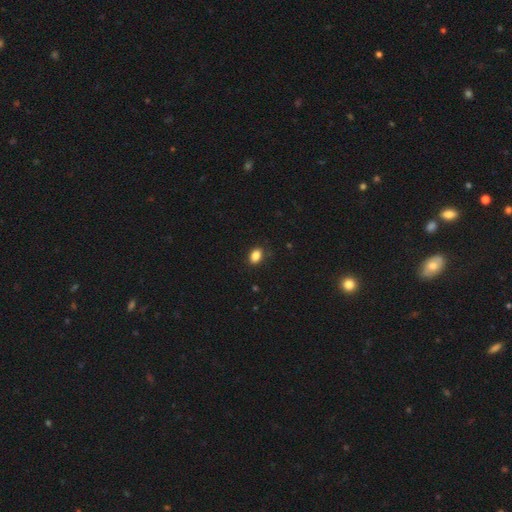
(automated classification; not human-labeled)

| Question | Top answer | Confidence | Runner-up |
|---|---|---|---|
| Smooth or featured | smooth | 86% | star or artifact (9%) |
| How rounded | in between | 79% | round (19%) |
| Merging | none | 87% | minor disturbance (10%) |